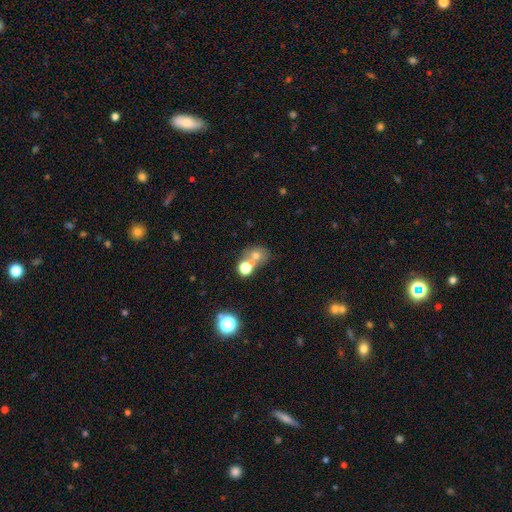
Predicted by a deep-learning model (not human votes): Smooth or featured? smooth (62%)
How rounded? round (62%)
Merging? merger (44%)